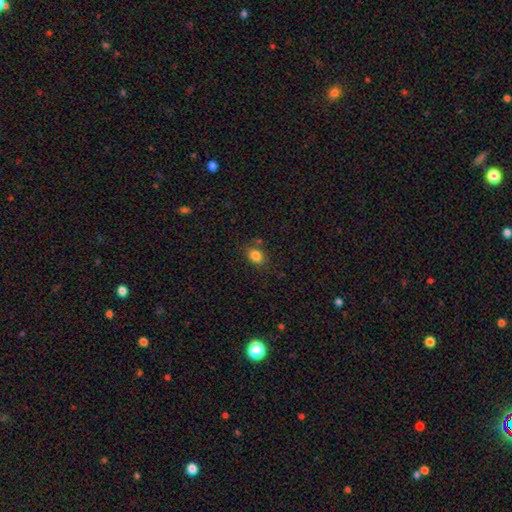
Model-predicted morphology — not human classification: type=smooth (83%); roundness=in between (59%); merging=none (76%).